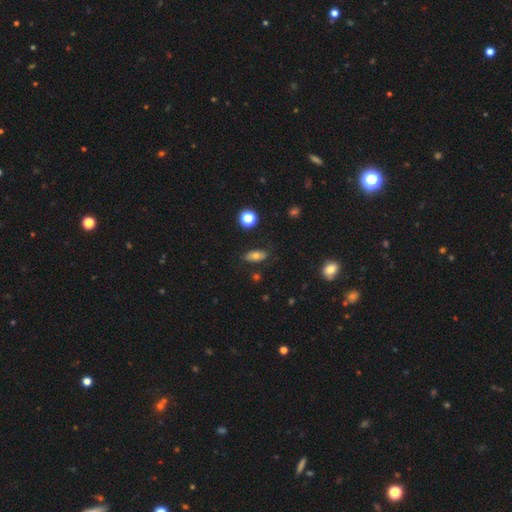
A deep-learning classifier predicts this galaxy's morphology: smooth_or_featured: smooth (p=0.68) [alt: featured or disk p=0.21]
how_rounded: in between (p=0.85) [alt: round p=0.08]
merging: none (p=0.80) [alt: minor disturbance p=0.14]